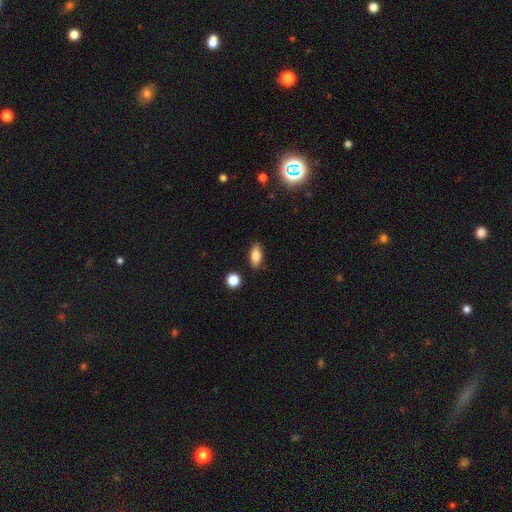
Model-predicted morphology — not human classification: smooth 81%, featured or disk 11%, star or artifact 8%. Down the decision tree: how rounded — in between (86%); merging — none (86%).